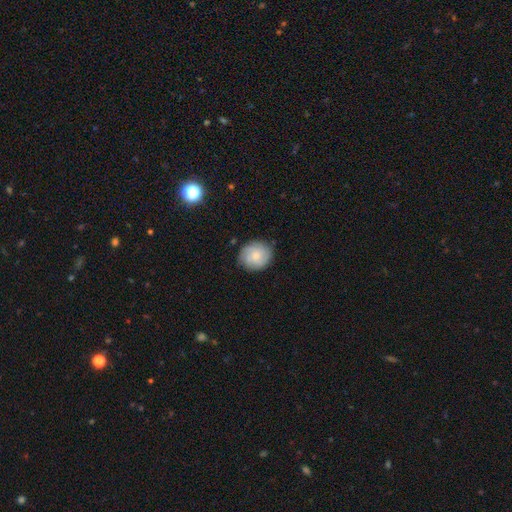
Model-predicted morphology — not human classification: type=smooth (59%); roundness=round (76%); merging=none (82%).